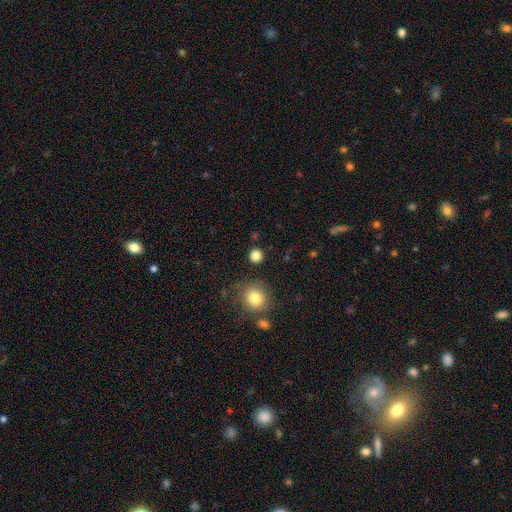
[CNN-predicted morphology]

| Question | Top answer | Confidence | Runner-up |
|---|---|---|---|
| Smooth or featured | smooth | 83% | star or artifact (13%) |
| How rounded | round | 92% | in between (7%) |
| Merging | none | 89% | minor disturbance (6%) |